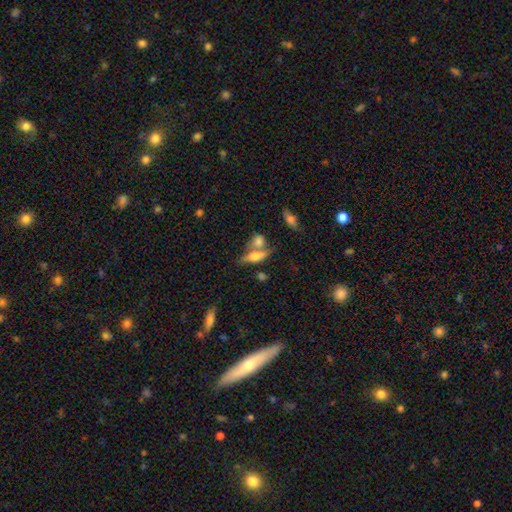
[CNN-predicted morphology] A smooth galaxy with no disk features (64%) that is in between round and cigar-shaped (51%).

Vote fractions:
- Smooth or featured? smooth: 64% / featured or disk: 27% / star or artifact: 9%
- How rounded? in between: 51% / cigar-shaped: 44% / round: 5%
- Merging? none: 44% / merger: 39% / minor disturbance: 12% / major disturbance: 5%